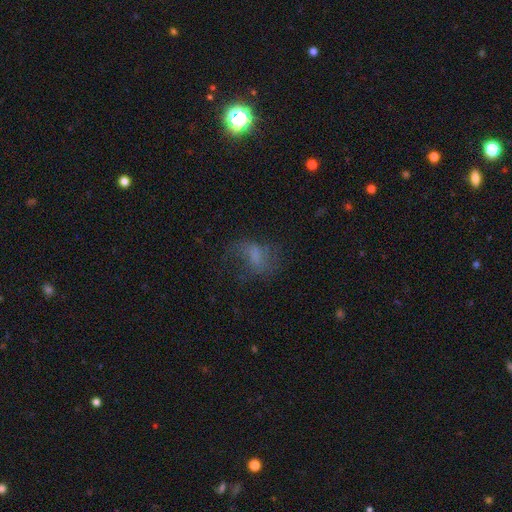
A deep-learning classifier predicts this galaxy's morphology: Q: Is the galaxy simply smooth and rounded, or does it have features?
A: smooth — 46%.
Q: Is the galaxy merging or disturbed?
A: none — 43%.